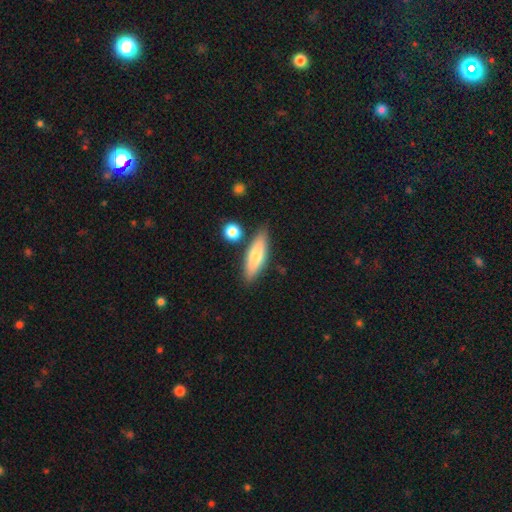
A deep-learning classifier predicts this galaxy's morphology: Smooth or featured?
  - smooth: 71% *
  - featured or disk: 23%
  - star or artifact: 6%
How rounded?
  - cigar-shaped: 51% *
  - in between: 46%
  - round: 3%
Merging?
  - none: 81% *
  - minor disturbance: 11%
  - merger: 6%
  - major disturbance: 2%